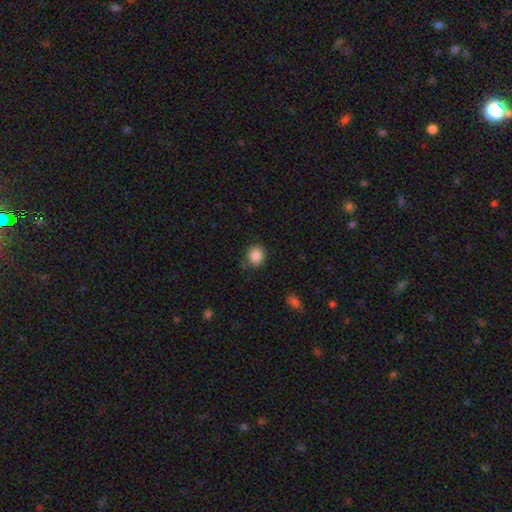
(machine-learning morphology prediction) Overall: smooth (87%). How rounded: round (83%). Merging: none (82%).